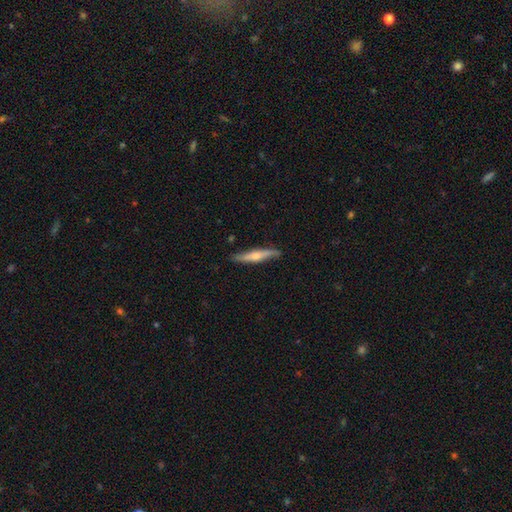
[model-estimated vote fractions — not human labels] Smooth or featured? Predicted: featured or disk (p=0.49). Merging? Predicted: none (p=0.82).